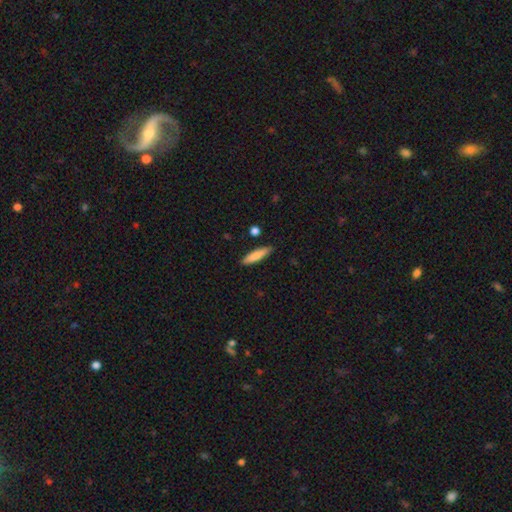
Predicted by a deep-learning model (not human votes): A smooth galaxy with no disk features (80%) that is cigar-shaped (82%).

Vote fractions:
- Smooth or featured? smooth: 80% / featured or disk: 14% / star or artifact: 6%
- How rounded? cigar-shaped: 82% / in between: 17% / round: 1%
- Merging? none: 86% / minor disturbance: 9% / merger: 2% / major disturbance: 2%